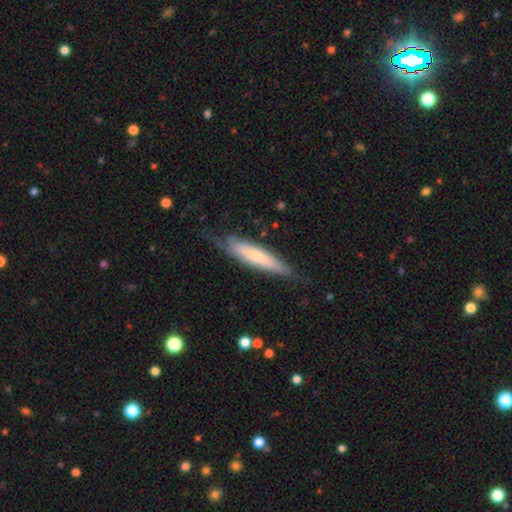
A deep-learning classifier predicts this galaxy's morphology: Smooth or featured?
  - smooth: 49% *
  - featured or disk: 45%
  - star or artifact: 6%
Merging?
  - none: 64% *
  - minor disturbance: 25%
  - major disturbance: 9%
  - merger: 2%